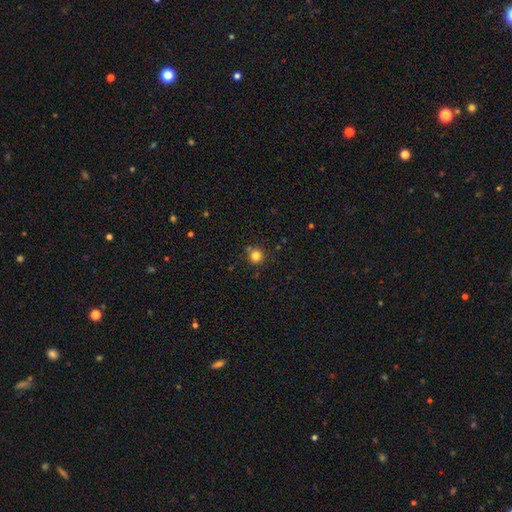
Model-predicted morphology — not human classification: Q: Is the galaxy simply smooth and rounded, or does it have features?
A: smooth — 82%.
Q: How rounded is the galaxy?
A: round — 94%.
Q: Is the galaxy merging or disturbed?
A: none — 83%.